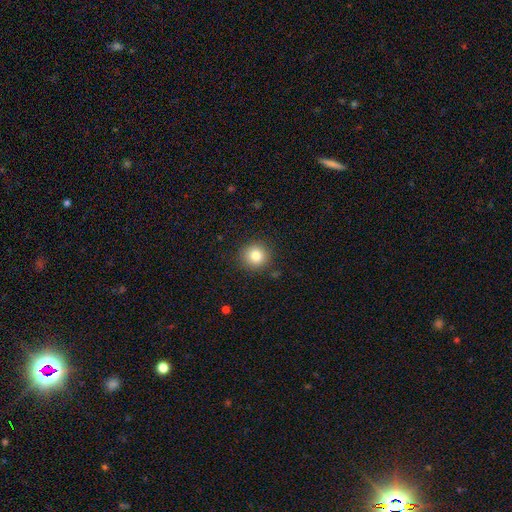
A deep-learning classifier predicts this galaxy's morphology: Overall: smooth (81%). How rounded: round (93%). Merging: none (89%).